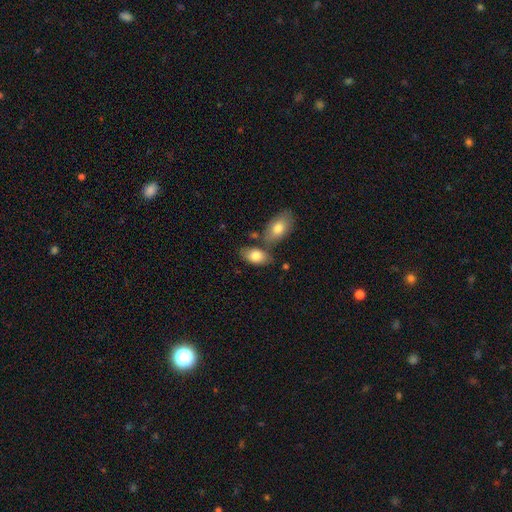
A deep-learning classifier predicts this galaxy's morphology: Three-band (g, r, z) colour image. It shows a smooth galaxy with no disk features (81%) that is in between round and cigar-shaped (93%). Merging: none (55%).